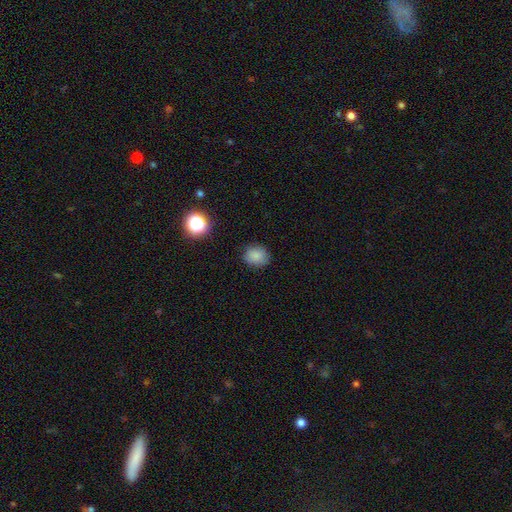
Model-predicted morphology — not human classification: Smooth or featured: smooth — 83% (star or artifact — 12%)
How rounded: round — 63% (in between — 37%)
Merging: none — 84% (minor disturbance — 12%)